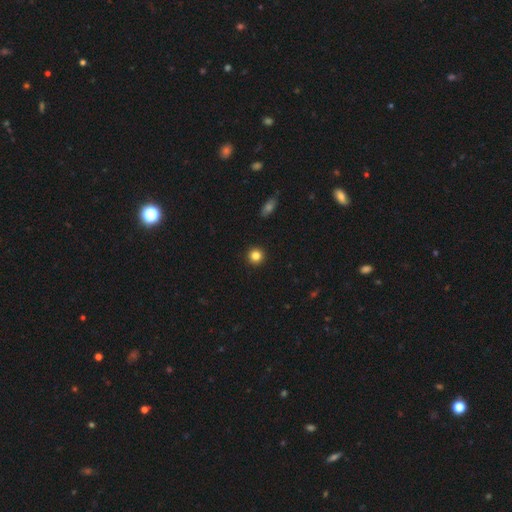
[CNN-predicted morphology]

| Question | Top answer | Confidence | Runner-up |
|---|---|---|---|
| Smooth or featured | smooth | 84% | star or artifact (11%) |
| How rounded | round | 94% | in between (5%) |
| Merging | none | 93% | minor disturbance (4%) |